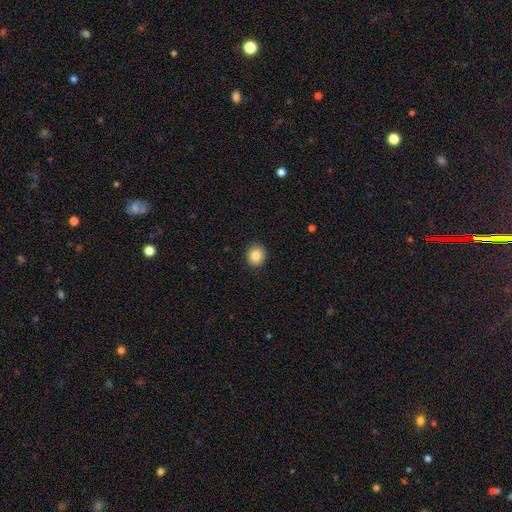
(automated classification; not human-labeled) Q: Smooth or featured?
A: smooth (85%); runner-up: star or artifact (9%)
Q: How rounded?
A: round (84%); runner-up: in between (15%)
Q: Merging?
A: none (91%); runner-up: minor disturbance (6%)